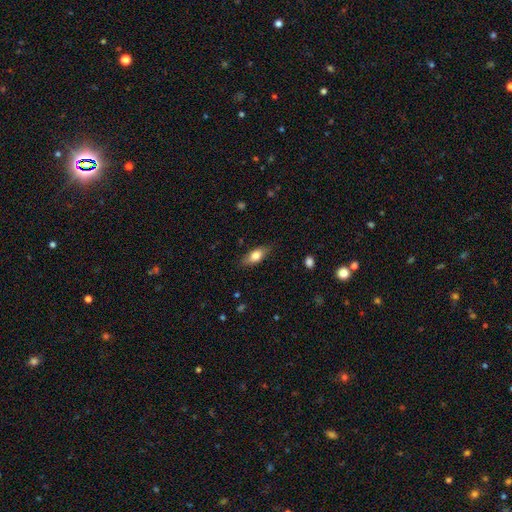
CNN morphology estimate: The model was most divided on "smooth or featured": smooth: 74%, featured or disk: 19%, star or artifact: 7%. More confident: merging — none (81%); how rounded — in between (79%).